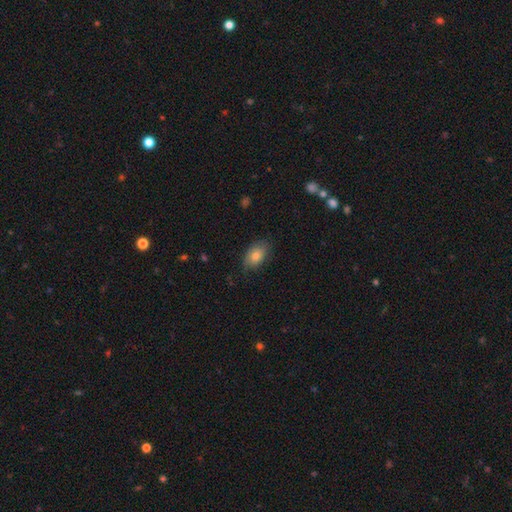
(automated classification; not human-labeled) smooth-or-featured: smooth: 78% | featured or disk: 14% | star or artifact: 8%
  how-rounded: in between: 89% | round: 9% | cigar-shaped: 2%
  merging: none: 76% | minor disturbance: 19% | major disturbance: 4% | merger: 1%